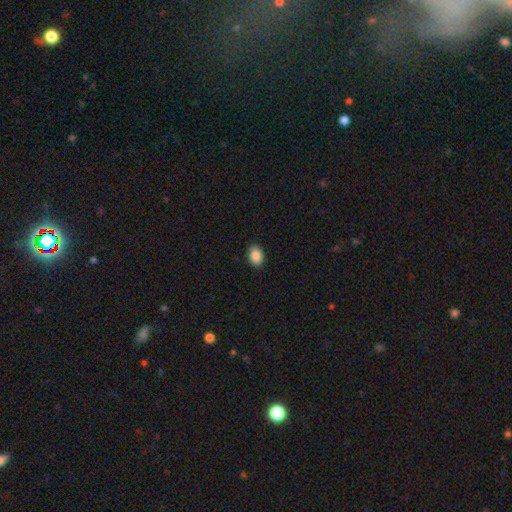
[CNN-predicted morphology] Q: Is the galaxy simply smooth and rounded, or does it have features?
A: smooth — 89%.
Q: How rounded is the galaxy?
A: in between — 83%.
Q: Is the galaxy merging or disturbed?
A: none — 90%.